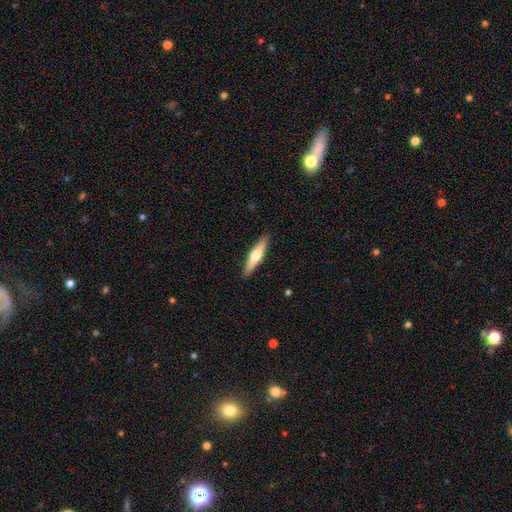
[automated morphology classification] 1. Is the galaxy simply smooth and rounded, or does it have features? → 49% smooth, 46% featured or disk, 5% star or artifact.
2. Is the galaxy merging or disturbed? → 90% none, 7% minor disturbance, 2% major disturbance, 1% merger.